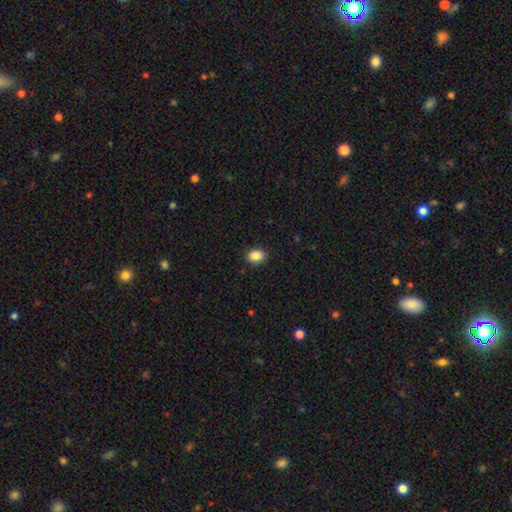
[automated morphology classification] Smooth or featured? smooth (88%)
How rounded? in between (62%)
Merging? none (89%)